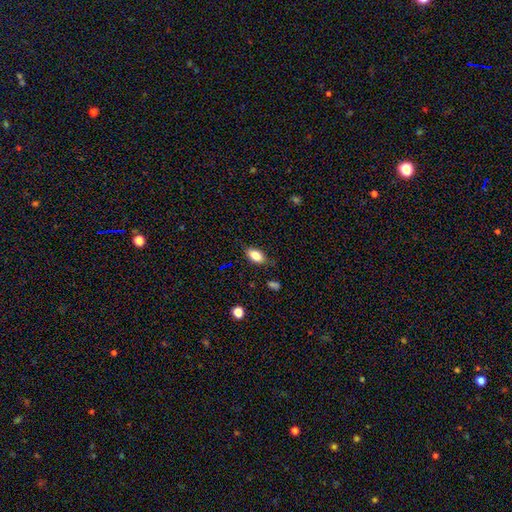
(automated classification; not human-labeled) Overall: smooth (81%). How rounded: in between (88%). Merging: none (79%).